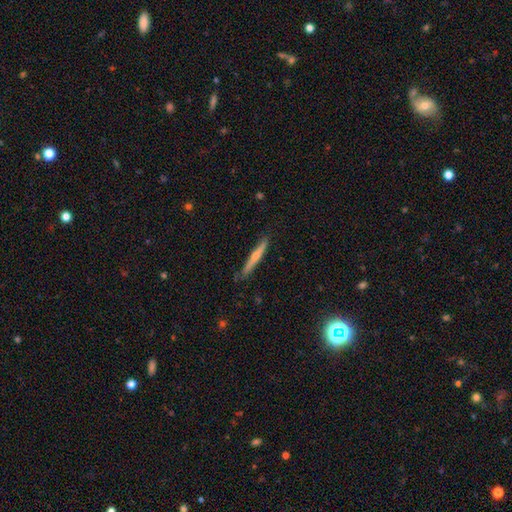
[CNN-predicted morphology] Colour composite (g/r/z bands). It shows a smooth galaxy with no disk features (48%). Merging: none (83%).